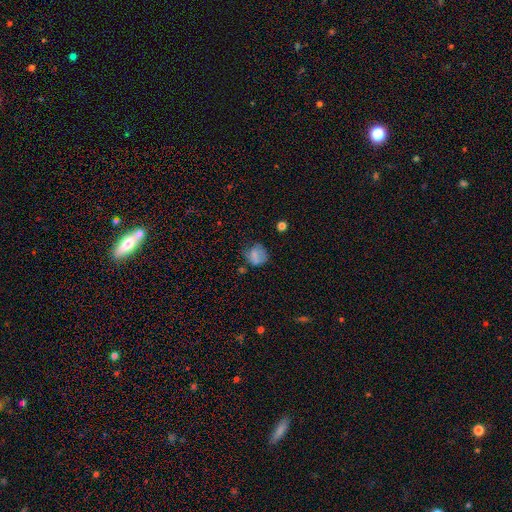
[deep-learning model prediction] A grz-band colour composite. It shows a smooth galaxy with no disk features (70%) that is round (71%). Merging: none (55%).